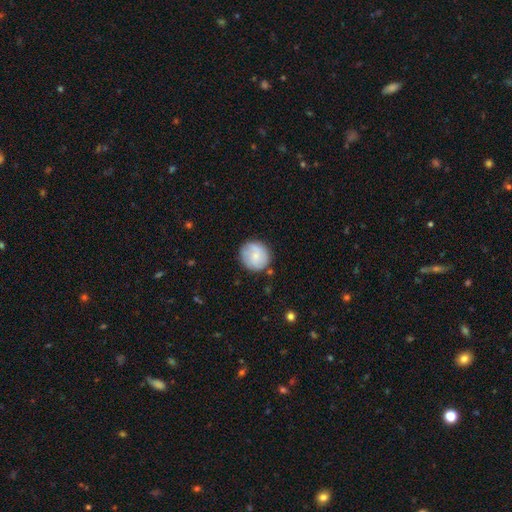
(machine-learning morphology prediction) Q: Smooth or featured?
A: smooth (56%); runner-up: featured or disk (38%)
Q: How rounded?
A: round (88%); runner-up: in between (11%)
Q: Merging?
A: none (79%); runner-up: minor disturbance (15%)